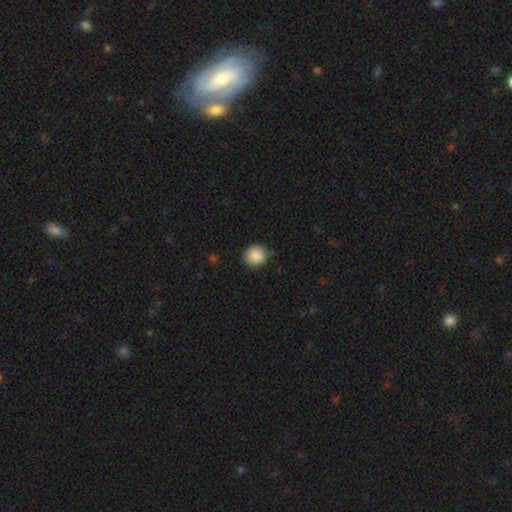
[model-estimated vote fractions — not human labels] smooth 88%, star or artifact 8%, featured or disk 4%. Down the decision tree: how rounded — round (89%); merging — none (87%).